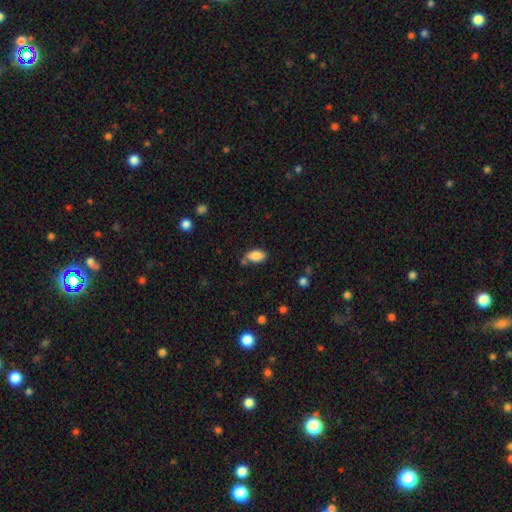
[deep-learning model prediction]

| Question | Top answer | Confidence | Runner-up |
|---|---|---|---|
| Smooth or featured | smooth | 86% | star or artifact (8%) |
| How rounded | in between | 92% | round (4%) |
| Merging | none | 64% | minor disturbance (22%) |